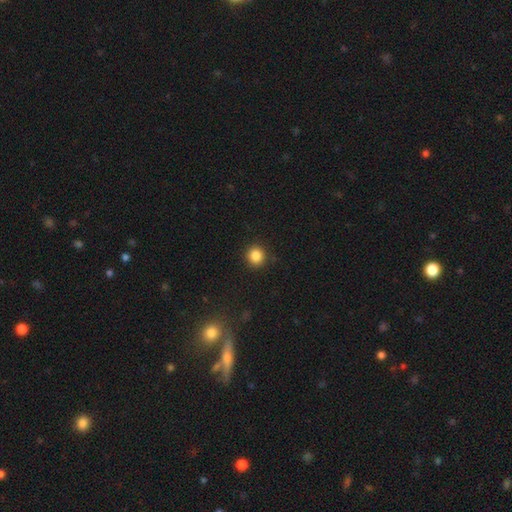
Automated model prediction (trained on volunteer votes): The model was most divided on "smooth or featured": smooth: 85%, star or artifact: 11%, featured or disk: 4%. More confident: how rounded — round (92%); merging — none (91%).